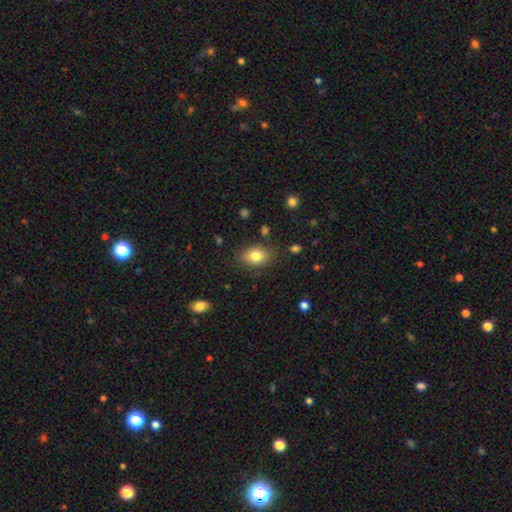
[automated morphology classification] This appears to be a smooth galaxy with no disk features (81%) that is in between round and cigar-shaped (76%). Merging: none (81%).